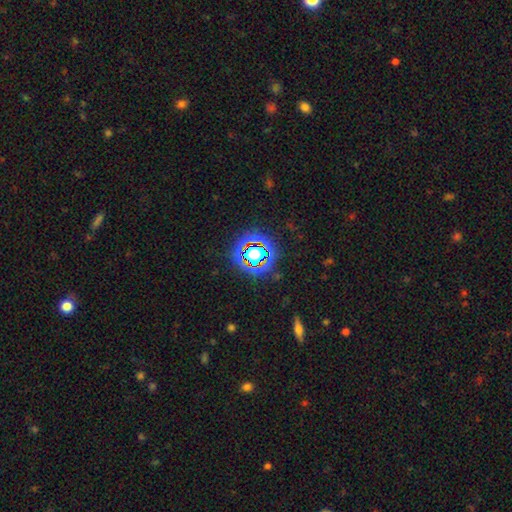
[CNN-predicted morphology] This appears to be a star or artifact, not a galaxy (77%).